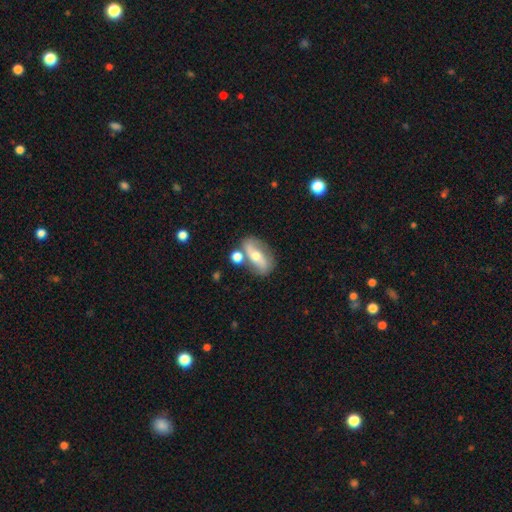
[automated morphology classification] Smooth or featured? featured or disk (66%)
Edge-on disk? no (87%)
Bar? no (39%)
Spiral arms? yes (70%)
Bulge size? moderate (65%)
Merging? none (66%)